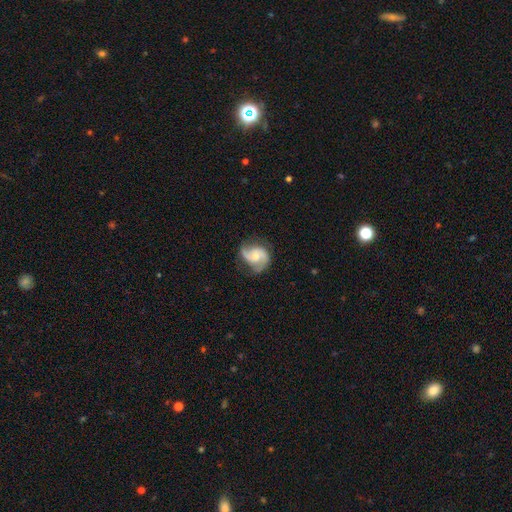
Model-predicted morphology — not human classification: featured or disk 81%, smooth 14%, star or artifact 6%. Down the decision tree: edge-on disk — no (98%); bar — no (60%); spiral arms — yes (96%); spiral arm count — 2 (87%); spiral winding — medium (49%); bulge size — moderate (49%); merging — none (68%).